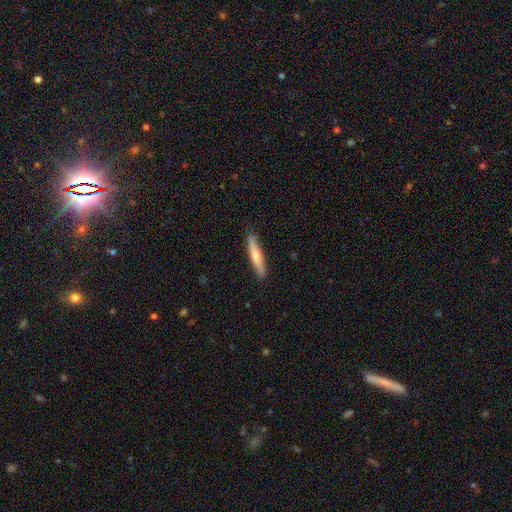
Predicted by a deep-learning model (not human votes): Overall: smooth (55%; featured or disk 40%). How rounded: cigar-shaped (92%). Merging: none (89%).